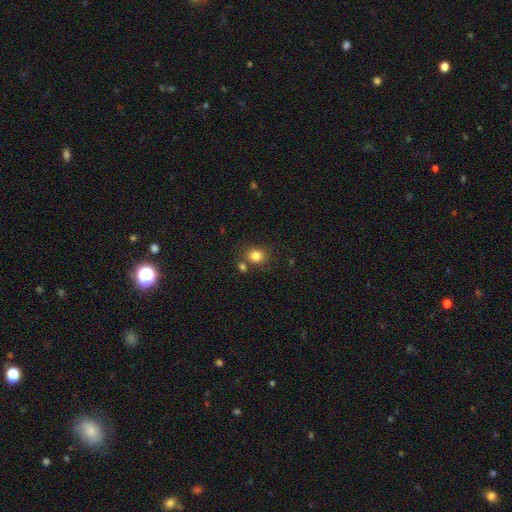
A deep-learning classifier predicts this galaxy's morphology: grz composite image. It shows a smooth galaxy with no disk features (83%) that is round (72%). Merging: none (72%).